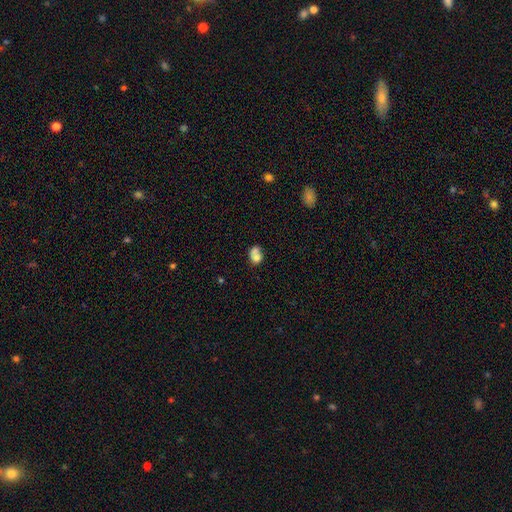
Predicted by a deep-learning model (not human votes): Smooth or featured? Predicted: smooth (p=0.71). How rounded? Predicted: in between (p=0.51). Merging? Predicted: merger (p=0.56).